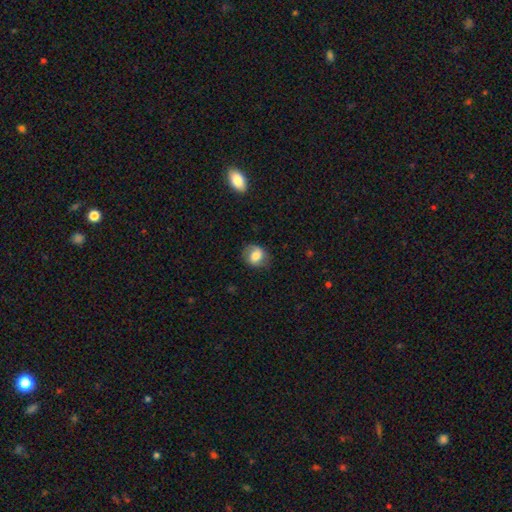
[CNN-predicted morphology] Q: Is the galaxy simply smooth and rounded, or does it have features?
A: smooth — 65%.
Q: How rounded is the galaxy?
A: round — 58%.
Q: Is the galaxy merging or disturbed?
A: none — 71%.